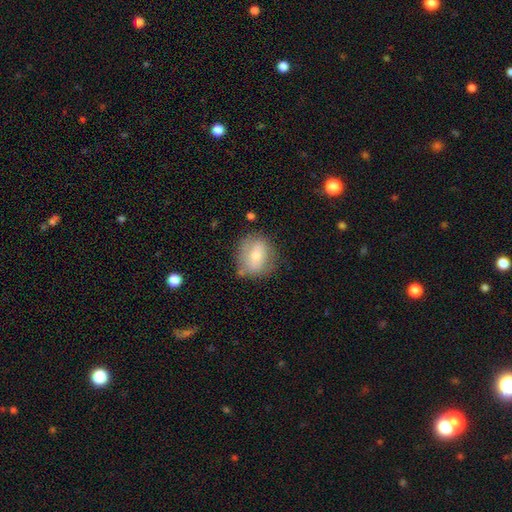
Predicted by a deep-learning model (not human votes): smooth 61%, featured or disk 31%, star or artifact 8%. Down the decision tree: how rounded — round (69%); merging — none (67%).